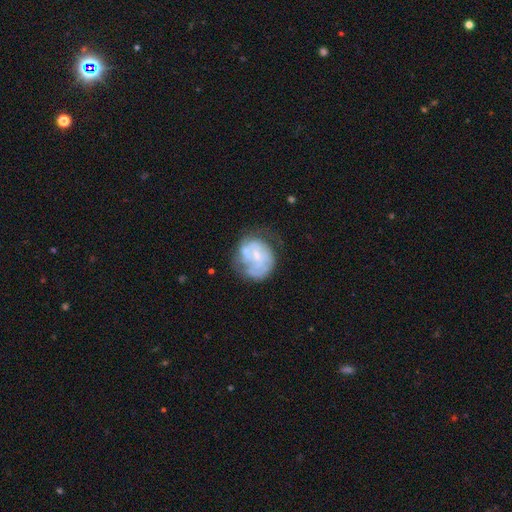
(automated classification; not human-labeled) featured or disk 67%, smooth 25%, star or artifact 8%. Down the decision tree: edge-on disk — no (98%); bar — no (65%); spiral arms — yes (67%); bulge size — small (61%); merging — none (44%).